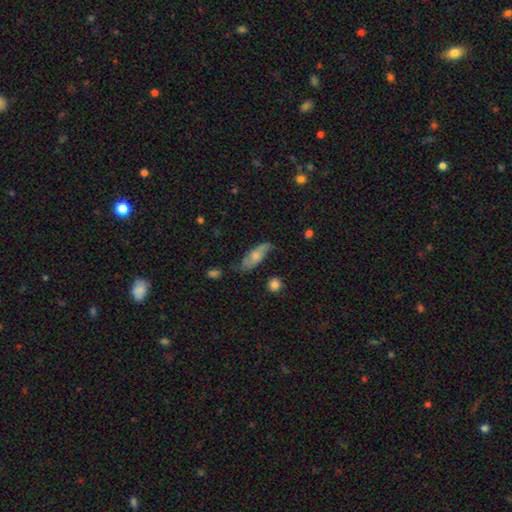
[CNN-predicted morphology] Smooth or featured? smooth (51%)
How rounded? in between (65%)
Merging? none (59%)